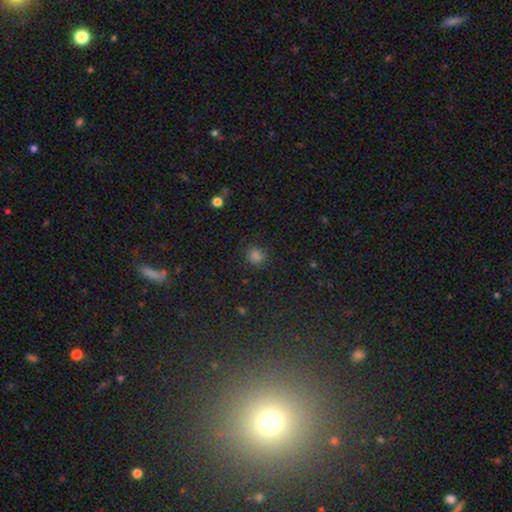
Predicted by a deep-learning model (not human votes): Smooth or featured?
  - smooth: 76% *
  - star or artifact: 20%
  - featured or disk: 4%
How rounded?
  - round: 87% *
  - in between: 12%
  - cigar-shaped: 1%
Merging?
  - none: 88% *
  - minor disturbance: 8%
  - major disturbance: 3%
  - merger: 2%